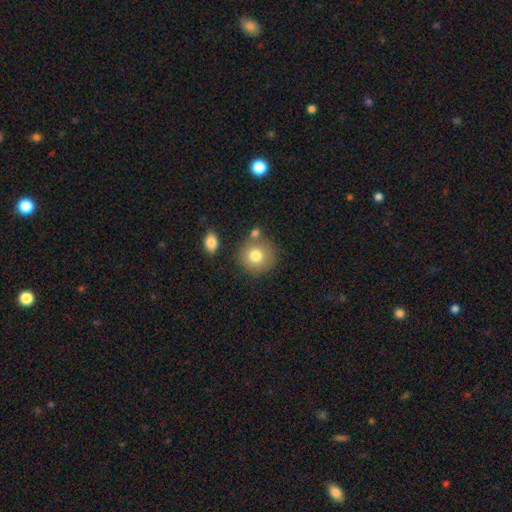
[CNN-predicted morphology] The model was most divided on "merging": none: 70%, minor disturbance: 13%, merger: 13%, major disturbance: 4%. More confident: how rounded — round (89%); smooth or featured — smooth (78%).